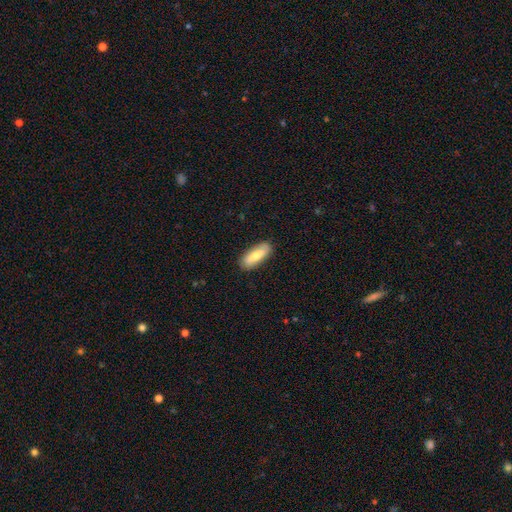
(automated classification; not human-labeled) Smooth or featured?
  - smooth: 70% *
  - featured or disk: 24%
  - star or artifact: 6%
How rounded?
  - in between: 69% *
  - cigar-shaped: 28%
  - round: 2%
Merging?
  - none: 86% *
  - minor disturbance: 11%
  - major disturbance: 2%
  - merger: 1%